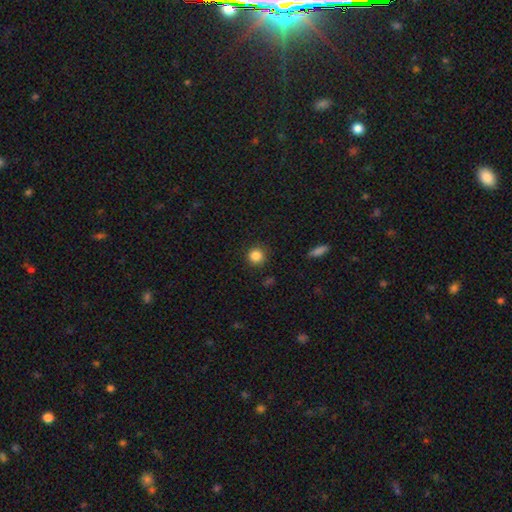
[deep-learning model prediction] smooth-or-featured: smooth: 85% | star or artifact: 10% | featured or disk: 4%
  how-rounded: round: 93% | in between: 6% | cigar-shaped: 1%
  merging: none: 89% | minor disturbance: 7% | major disturbance: 2% | merger: 1%